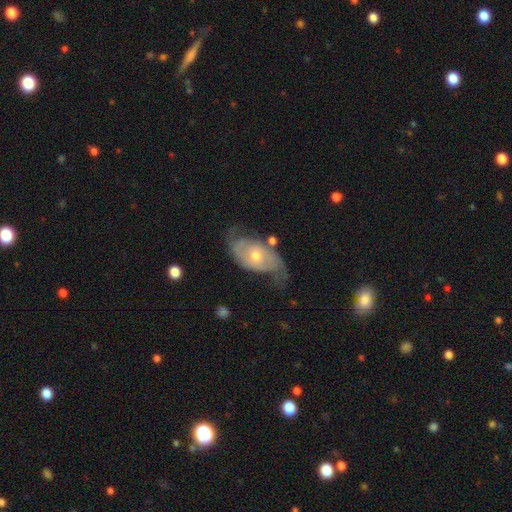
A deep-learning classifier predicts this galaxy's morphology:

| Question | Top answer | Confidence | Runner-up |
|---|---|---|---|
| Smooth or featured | featured or disk | 77% | smooth (17%) |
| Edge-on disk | no | 95% | yes (5%) |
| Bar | no | 72% | weak (23%) |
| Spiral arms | yes | 87% | no (13%) |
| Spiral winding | loose | 40% | medium (38%) |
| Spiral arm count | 2 | 83% | can't tell (10%) |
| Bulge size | small | 51% | moderate (45%) |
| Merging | none | 53% | minor disturbance (24%) |